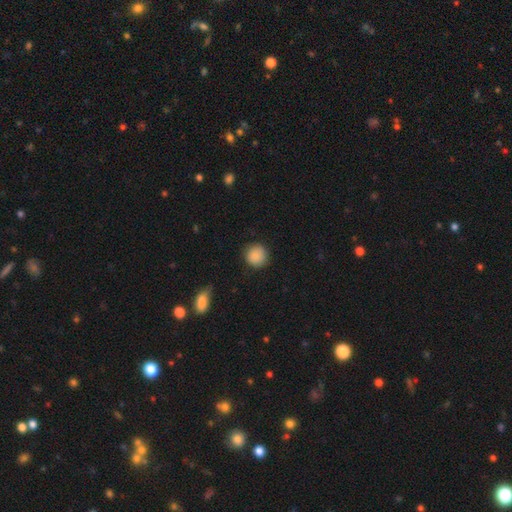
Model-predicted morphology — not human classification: Overall: smooth (88%). How rounded: round (92%). Merging: none (85%).